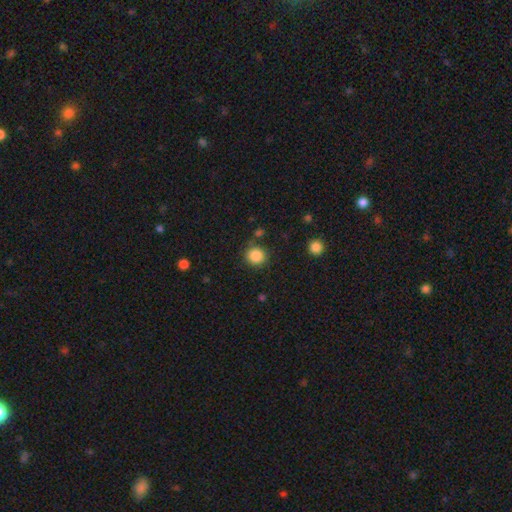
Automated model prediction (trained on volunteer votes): Smooth or featured? smooth (86%)
How rounded? round (90%)
Merging? none (84%)